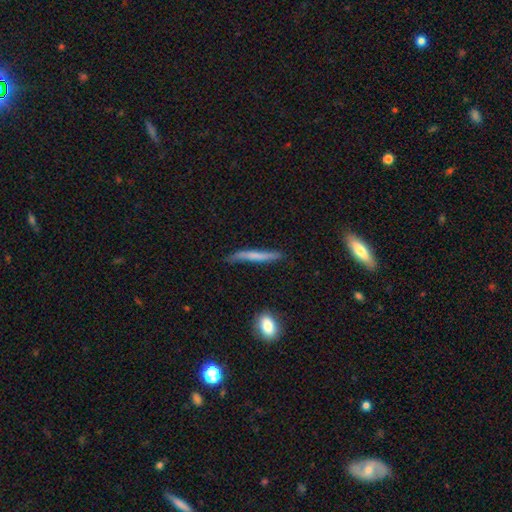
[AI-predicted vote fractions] smooth-or-featured: smooth: 58% | featured or disk: 36% | star or artifact: 6%
  how-rounded: cigar-shaped: 94% | in between: 4% | round: 2%
  merging: none: 70% | minor disturbance: 22% | major disturbance: 5% | merger: 2%